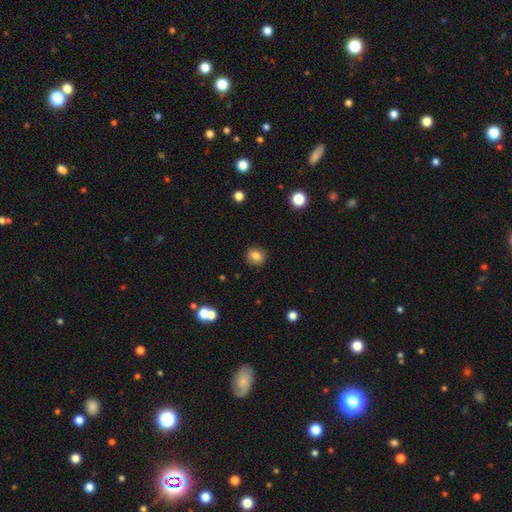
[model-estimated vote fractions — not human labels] Q: Smooth or featured?
A: smooth (83%); runner-up: star or artifact (11%)
Q: How rounded?
A: round (81%); runner-up: in between (18%)
Q: Merging?
A: none (89%); runner-up: minor disturbance (7%)